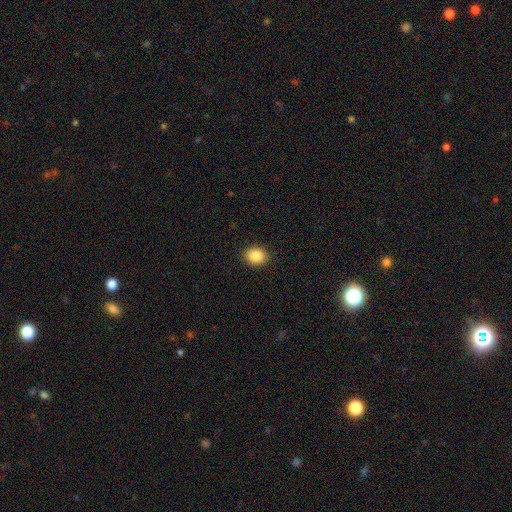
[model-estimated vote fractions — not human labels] A smooth galaxy with no disk features (88%) that is round (58%). Merging: none (91%).